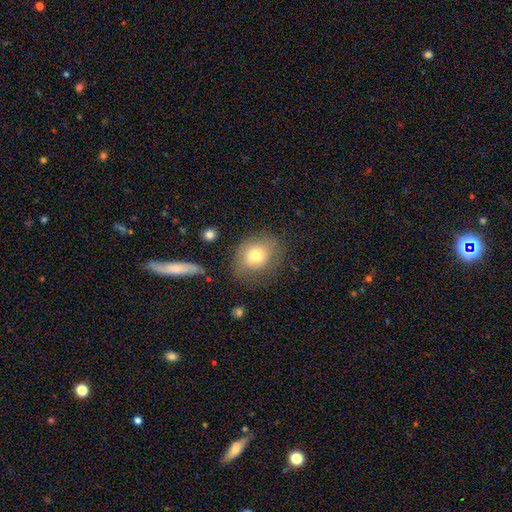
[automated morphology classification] This is likely a smooth galaxy (73%). How rounded: likely round (61%). Merging: likely none (67%).